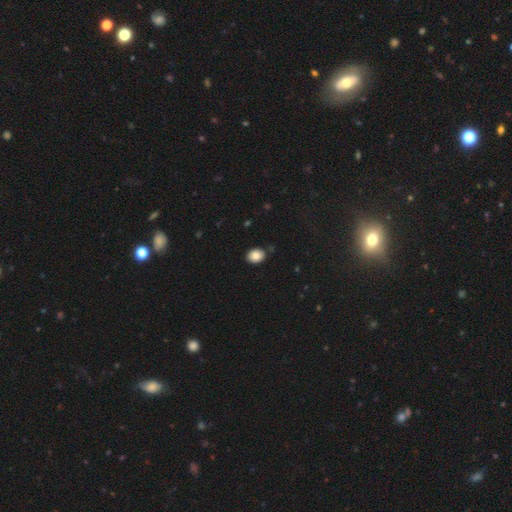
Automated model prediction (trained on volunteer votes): Morphology: type=smooth (87%); roundness=in between (53%); merging=none (86%).